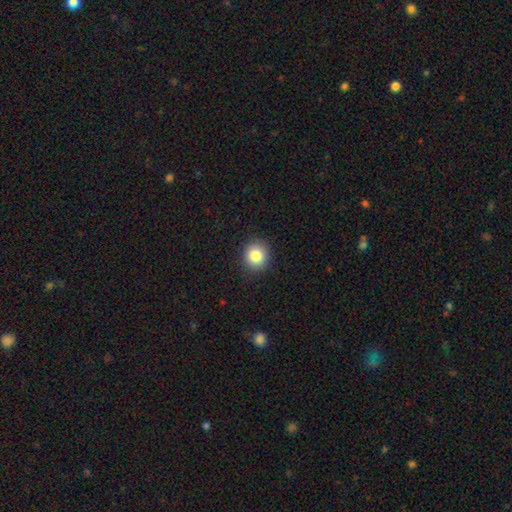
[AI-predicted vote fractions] Q: Smooth or featured?
A: smooth (85%); runner-up: star or artifact (9%)
Q: How rounded?
A: round (84%); runner-up: in between (15%)
Q: Merging?
A: none (89%); runner-up: minor disturbance (8%)